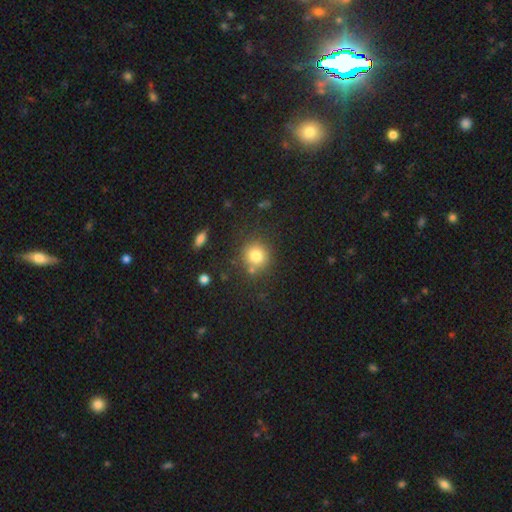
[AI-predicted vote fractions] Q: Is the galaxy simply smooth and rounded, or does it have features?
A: smooth — 80%.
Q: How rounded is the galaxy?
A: round — 89%.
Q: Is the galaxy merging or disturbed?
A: none — 77%.